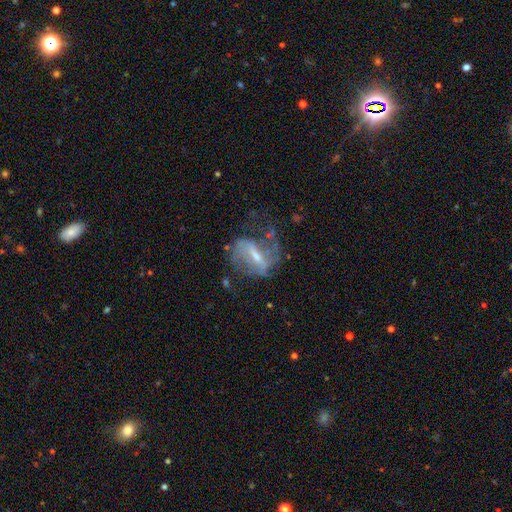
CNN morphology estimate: Smooth or featured? featured or disk (77%)
Edge-on disk? no (93%)
Bar? strong (49%)
Spiral arms? yes (79%)
Spiral winding? loose (49%)
Spiral arm count? 2 (64%)
Bulge size? small (53%)
Merging? none (43%)